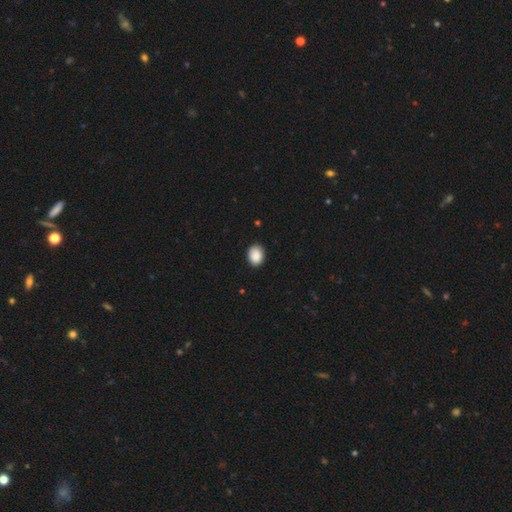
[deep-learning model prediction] Smooth or featured: smooth — 89% (star or artifact — 8%)
How rounded: in between — 60% (round — 39%)
Merging: none — 86% (minor disturbance — 11%)